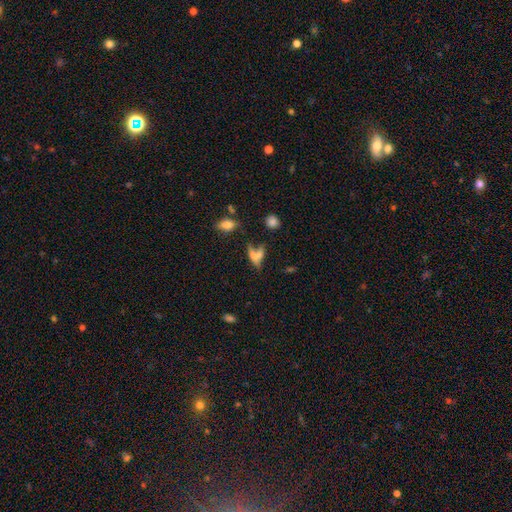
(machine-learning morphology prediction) type=smooth (60%); roundness=in between (48%); merging=merger (39%).